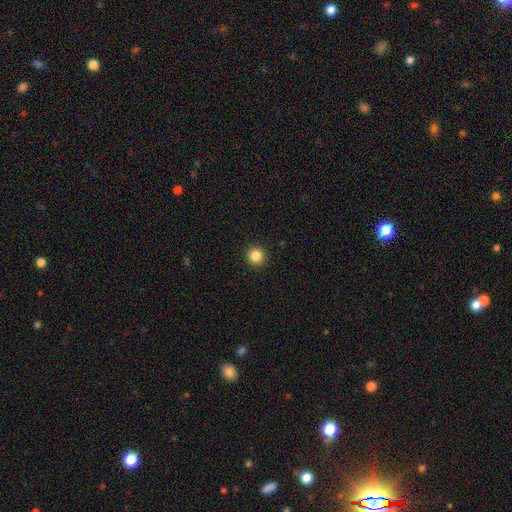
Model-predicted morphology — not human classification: smooth-or-featured: smooth: 84% | star or artifact: 11% | featured or disk: 5%
  how-rounded: round: 94% | in between: 5% | cigar-shaped: 1%
  merging: none: 93% | minor disturbance: 4% | major disturbance: 2% | merger: 1%